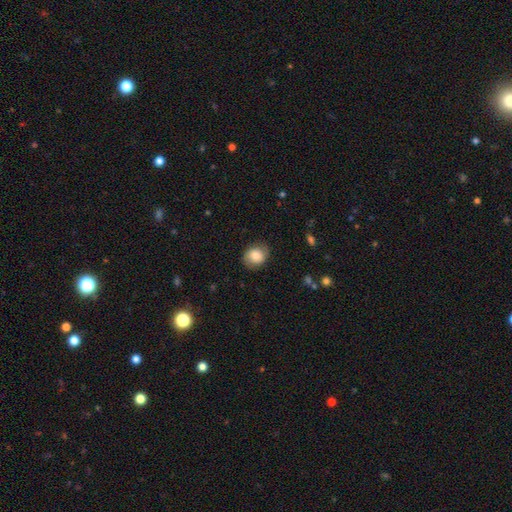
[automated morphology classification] smooth-or-featured: smooth: 73% | featured or disk: 18% | star or artifact: 8%
  how-rounded: round: 61% | in between: 38% | cigar-shaped: 1%
  merging: none: 78% | minor disturbance: 16% | major disturbance: 5% | merger: 1%